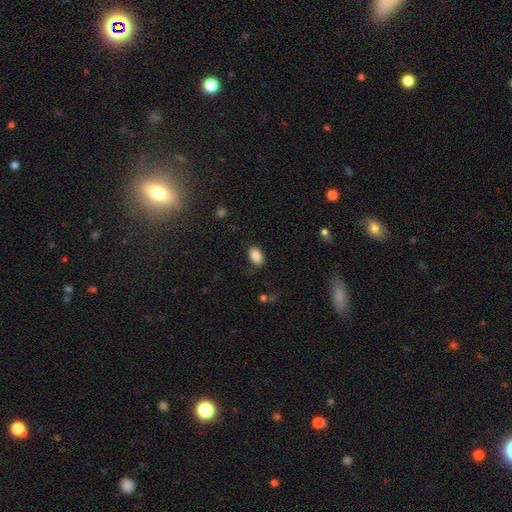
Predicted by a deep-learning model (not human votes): smooth-or-featured: smooth: 87% | star or artifact: 8% | featured or disk: 5%
  how-rounded: in between: 91% | round: 7% | cigar-shaped: 2%
  merging: none: 82% | minor disturbance: 13% | major disturbance: 4% | merger: 1%